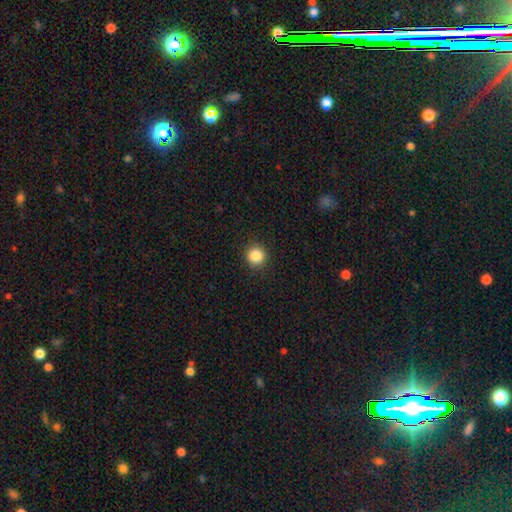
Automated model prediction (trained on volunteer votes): Smooth or featured? smooth (86%)
How rounded? round (92%)
Merging? none (91%)